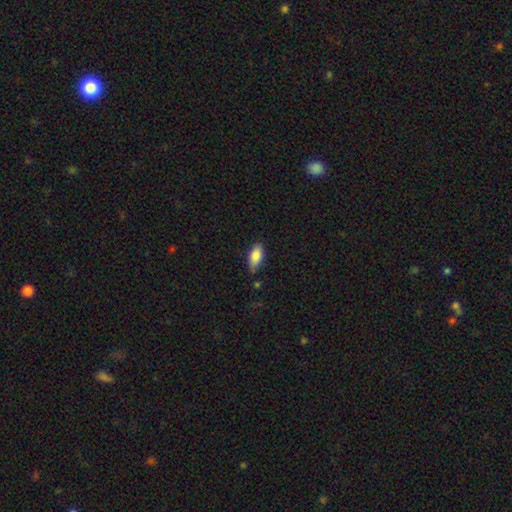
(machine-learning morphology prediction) smooth 85%, featured or disk 8%, star or artifact 7%. Down the decision tree: how rounded — in between (88%); merging — none (72%).